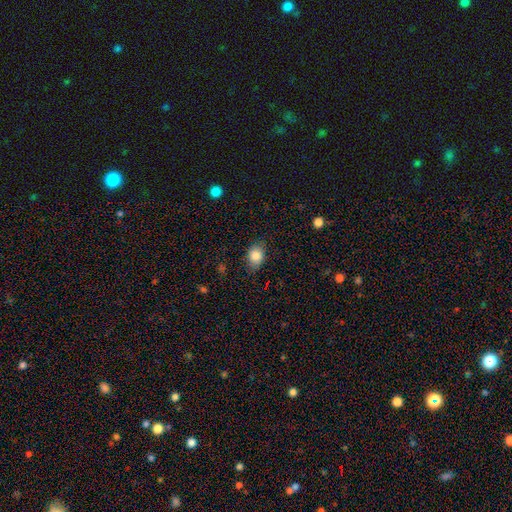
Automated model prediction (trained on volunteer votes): smooth 83%, star or artifact 9%, featured or disk 8%. Down the decision tree: how rounded — in between (71%); merging — none (81%).